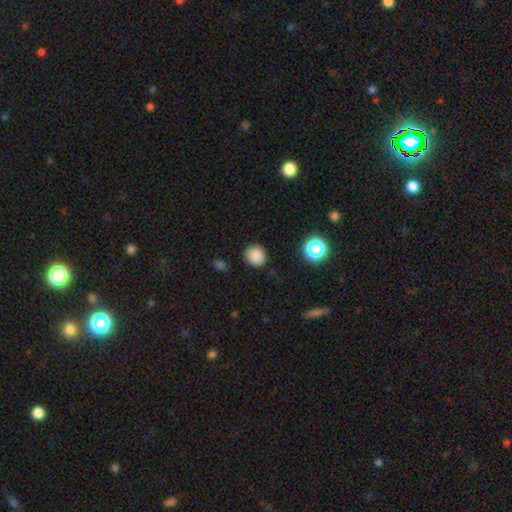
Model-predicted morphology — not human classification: smooth-or-featured: smooth: 84% | star or artifact: 12% | featured or disk: 4%
  how-rounded: round: 88% | in between: 11% | cigar-shaped: 1%
  merging: none: 87% | minor disturbance: 9% | major disturbance: 3% | merger: 2%